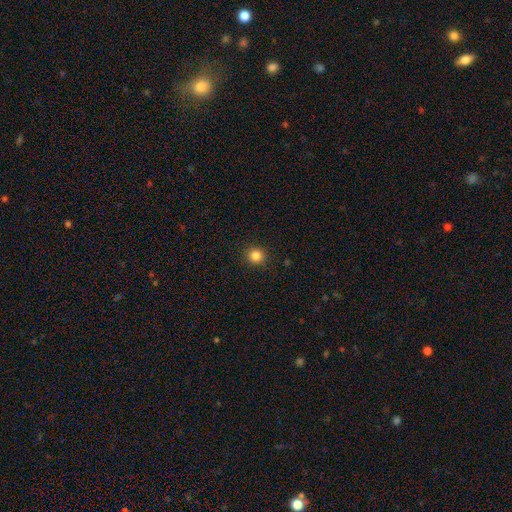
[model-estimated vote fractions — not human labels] smooth 84%, star or artifact 12%, featured or disk 4%. Down the decision tree: how rounded — round (92%); merging — none (91%).